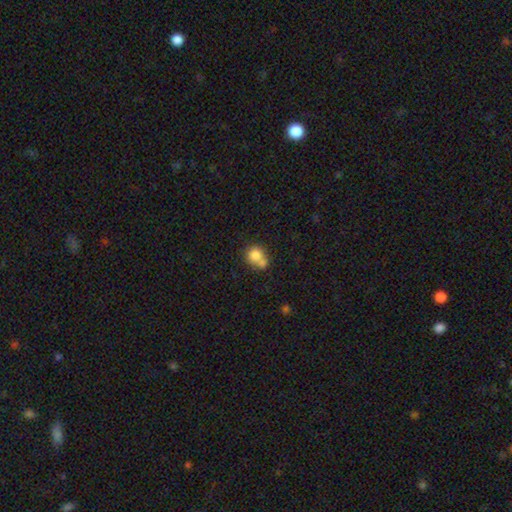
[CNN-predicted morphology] Overall: smooth (78%). How rounded: round (81%). Merging: merger (48%; none 38%).